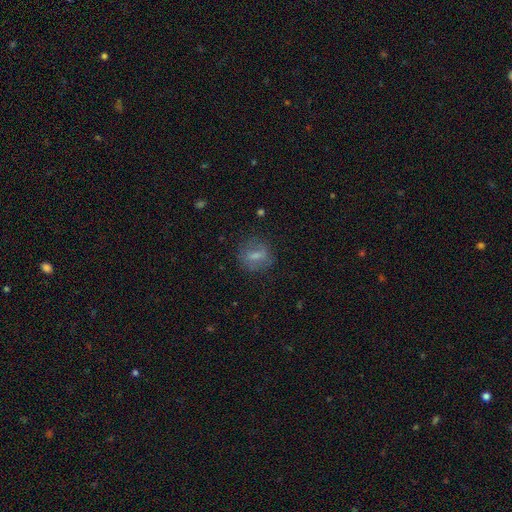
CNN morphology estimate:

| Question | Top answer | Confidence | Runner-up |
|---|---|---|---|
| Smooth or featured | smooth | 60% | featured or disk (29%) |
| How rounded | round | 56% | in between (38%) |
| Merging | none | 75% | minor disturbance (16%) |